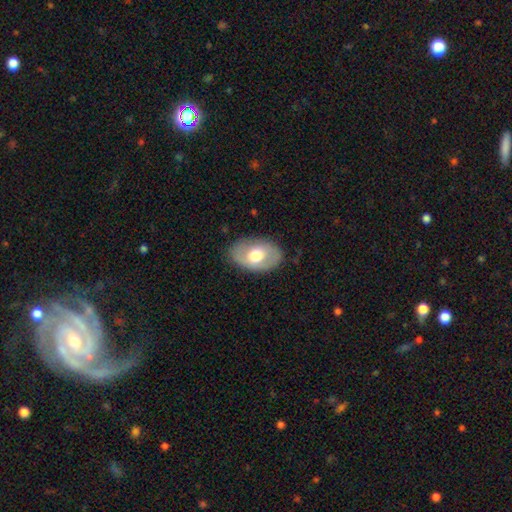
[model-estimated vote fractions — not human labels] Smooth or featured? smooth (56%)
How rounded? in between (88%)
Merging? none (82%)